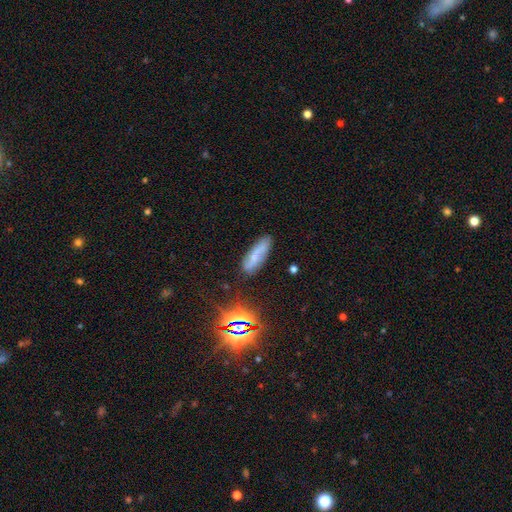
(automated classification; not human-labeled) The model was most divided on "smooth or featured": smooth: 46%, featured or disk: 38%, star or artifact: 16%. More confident: merging — none (75%).